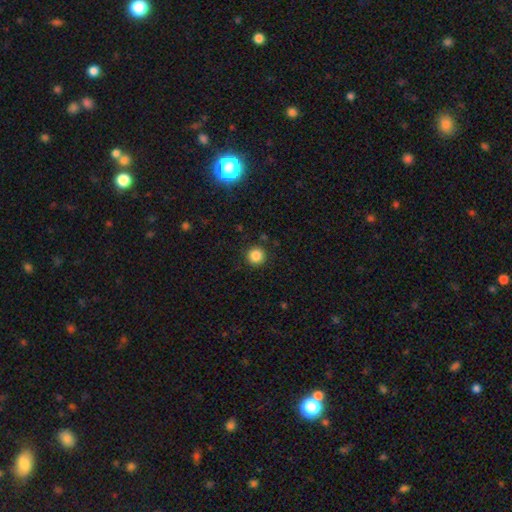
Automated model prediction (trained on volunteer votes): Overall: smooth (85%). How rounded: round (95%). Merging: none (91%).